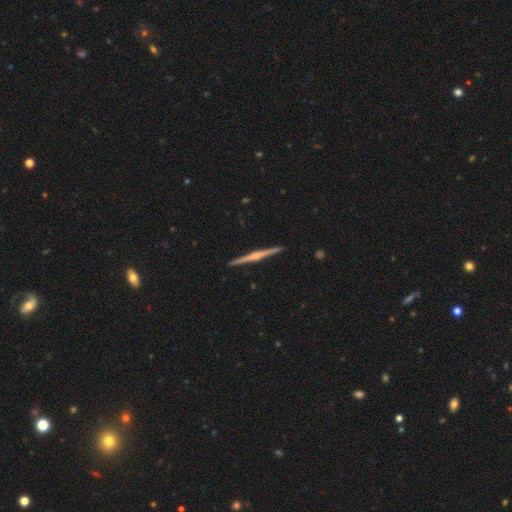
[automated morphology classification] The model was most divided on "edge-on bulge": rounded: 76%, none: 13%, boxy: 11%. More confident: edge-on disk — yes (99%); merging — none (93%); smooth or featured — featured or disk (80%).